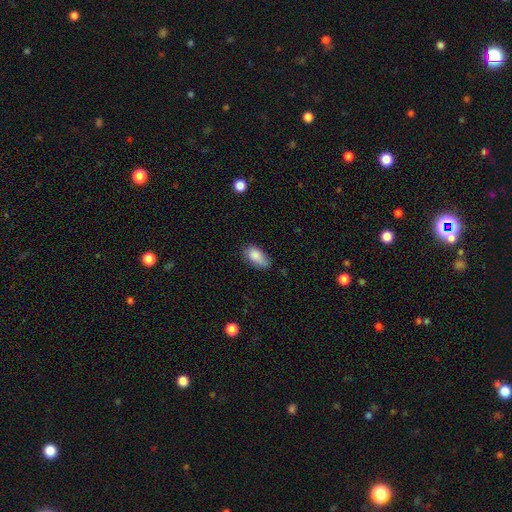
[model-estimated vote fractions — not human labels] A smooth galaxy with no disk features (84%) that is in between round and cigar-shaped (90%).

Vote fractions:
- Smooth or featured? smooth: 84% / featured or disk: 8% / star or artifact: 8%
- How rounded? in between: 90% / cigar-shaped: 5% / round: 5%
- Merging? none: 55% / minor disturbance: 33% / major disturbance: 8% / merger: 3%